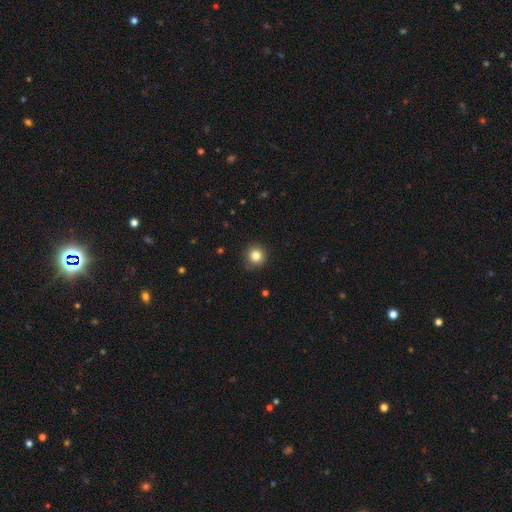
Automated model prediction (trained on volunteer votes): The model was most divided on "smooth or featured": smooth: 83%, star or artifact: 11%, featured or disk: 6%. More confident: how rounded — round (94%); merging — none (90%).